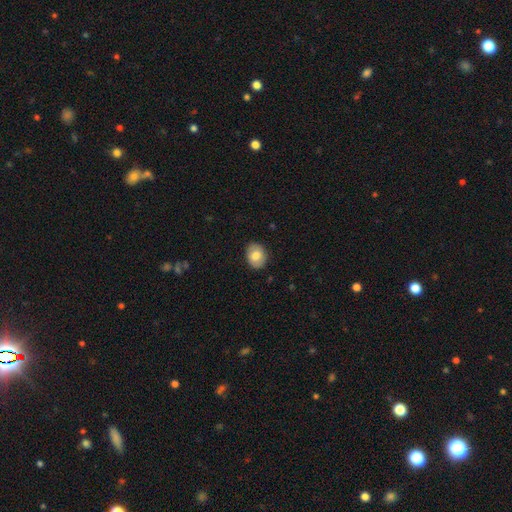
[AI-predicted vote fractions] Smooth or featured: smooth — 76% (featured or disk — 17%)
How rounded: in between — 59% (round — 40%)
Merging: none — 87% (minor disturbance — 10%)